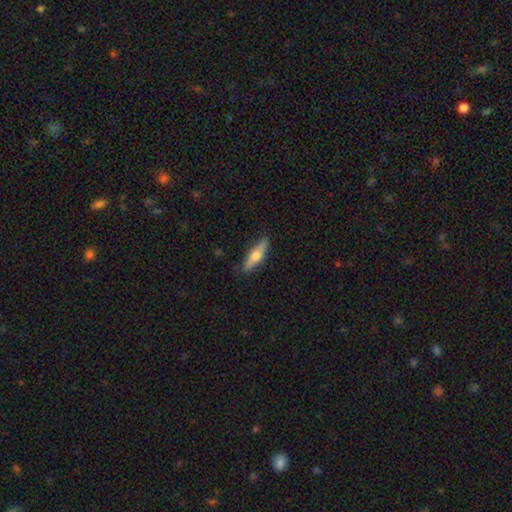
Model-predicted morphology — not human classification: Smooth or featured? smooth (56%)
How rounded? cigar-shaped (61%)
Merging? none (85%)